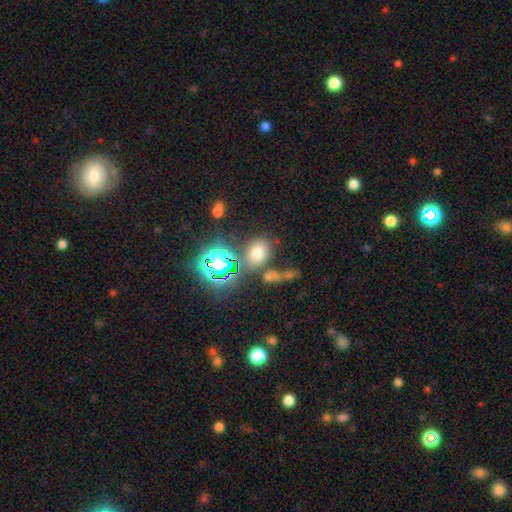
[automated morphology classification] This appears to be a smooth galaxy with no disk features (59%) that is in between round and cigar-shaped (50%). Merging: none (71%).